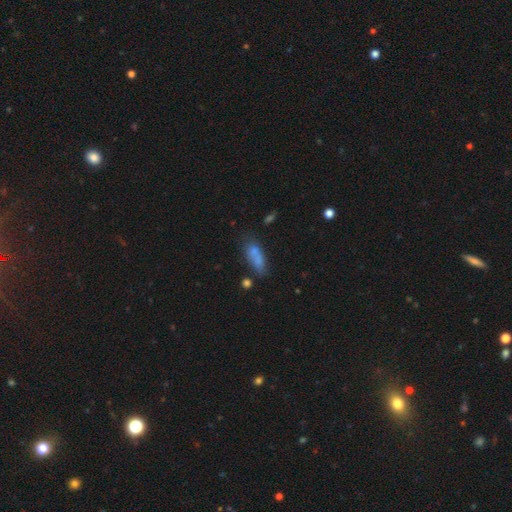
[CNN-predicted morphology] smooth-or-featured: smooth: 70% | featured or disk: 18% | star or artifact: 12%
  how-rounded: in between: 69% | cigar-shaped: 27% | round: 5%
  merging: none: 44% | minor disturbance: 23% | merger: 21% | major disturbance: 12%